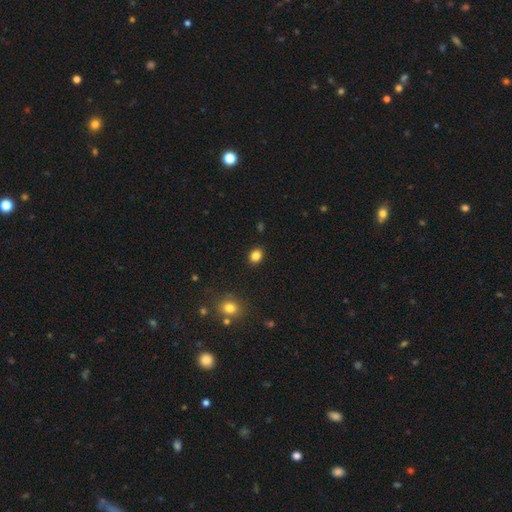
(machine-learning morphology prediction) A smooth galaxy with no disk features (85%) that is in between round and cigar-shaped (59%). Merging: none (89%).